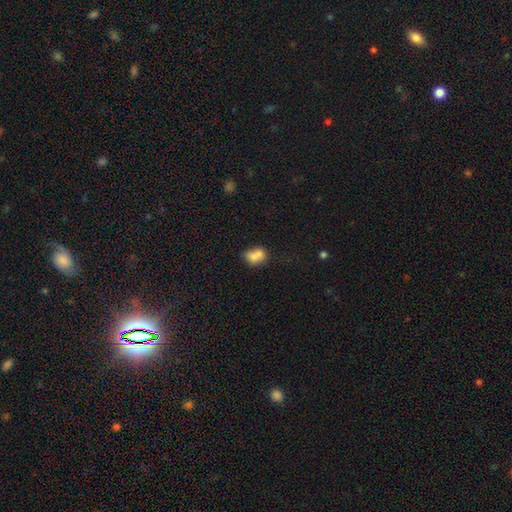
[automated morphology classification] type=smooth (74%); roundness=in between (55%); merging=merger (53%).